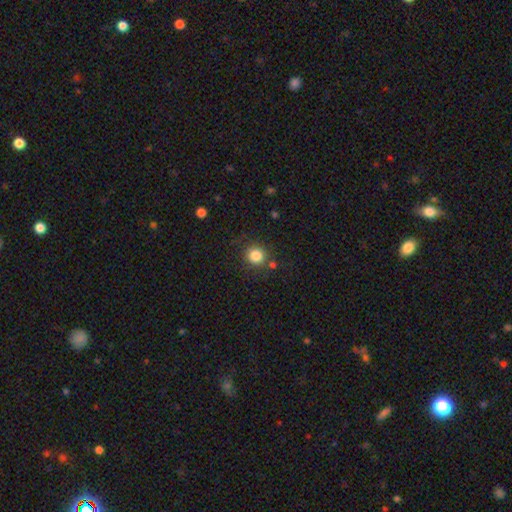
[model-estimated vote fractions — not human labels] Smooth or featured: smooth — 84% (star or artifact — 11%)
How rounded: round — 89% (in between — 10%)
Merging: none — 79% (minor disturbance — 11%)